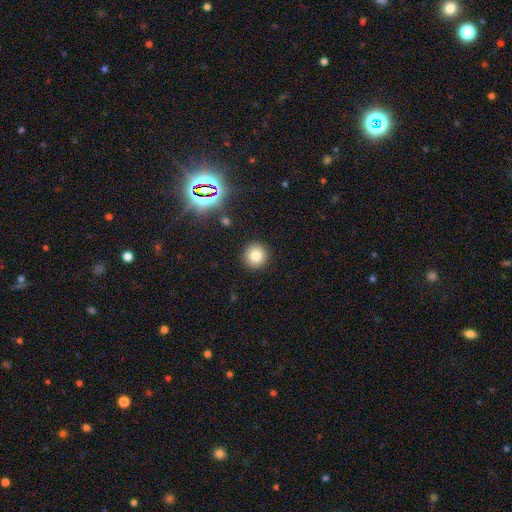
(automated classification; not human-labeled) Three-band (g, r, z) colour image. It shows a smooth galaxy with no disk features (80%) that is round (94%). Merging: none (91%).